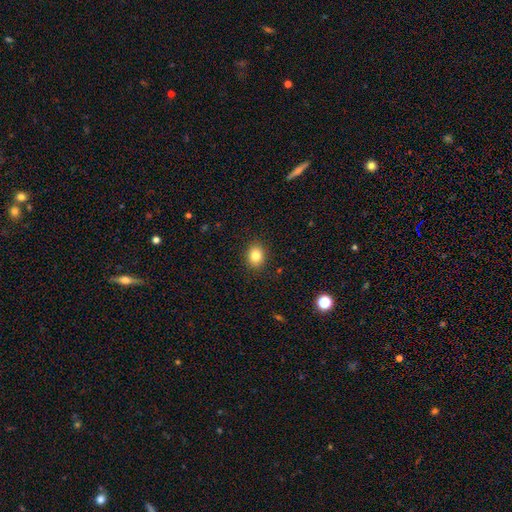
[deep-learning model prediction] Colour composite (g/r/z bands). It shows a smooth galaxy with no disk features (83%) that is round (53%). Merging: none (89%).